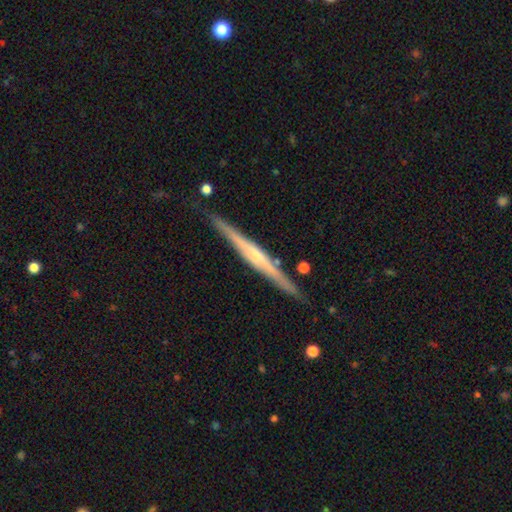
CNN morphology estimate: smooth-or-featured: featured or disk: 78% | smooth: 17% | star or artifact: 5%
  disk-edge-on: yes: 98% | no: 2%
    edge-on-bulge: rounded: 65% | none: 21% | boxy: 14%
  merging: none: 88% | minor disturbance: 9% | merger: 2% | major disturbance: 2%